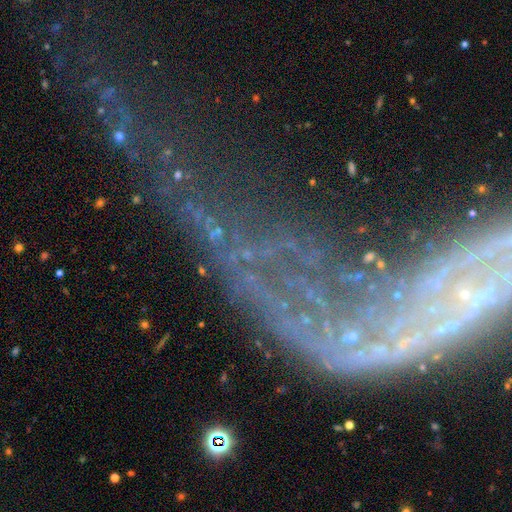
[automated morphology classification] Smooth or featured? Predicted: featured or disk (p=0.62). Edge-on disk? Predicted: no (p=0.80). Merging? Predicted: none (p=0.37).